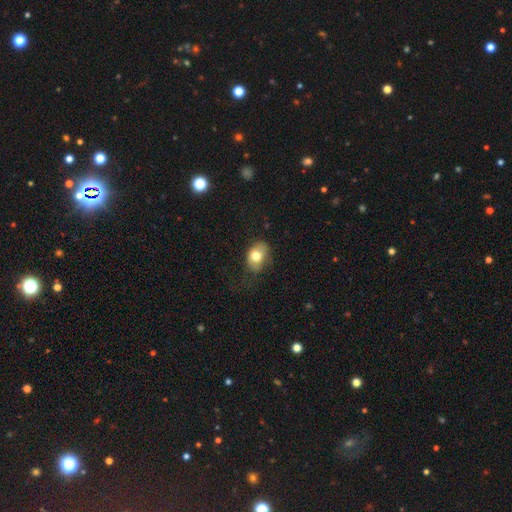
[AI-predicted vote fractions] Morphology: type=smooth (75%); roundness=in between (73%); merging=none (54%).